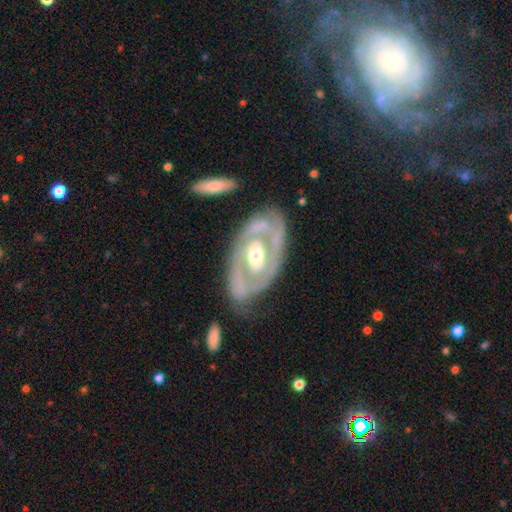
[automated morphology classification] Smooth or featured?
  - featured or disk: 80% *
  - smooth: 16%
  - star or artifact: 4%
Edge-on disk?
  - no: 93% *
  - yes: 7%
Bar?
  - no: 60% *
  - weak: 26%
  - strong: 14%
Spiral arms?
  - yes: 55% *
  - no: 45%
Bulge size?
  - moderate: 72% *
  - large: 14%
  - small: 12%
  - dominant: 1%
  - none: 1%
Merging?
  - none: 68% *
  - minor disturbance: 19%
  - major disturbance: 9%
  - merger: 4%